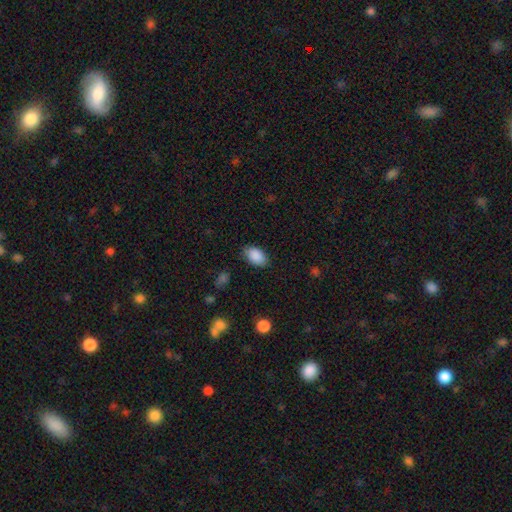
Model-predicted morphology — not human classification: Smooth or featured: smooth — 89% (star or artifact — 7%)
How rounded: in between — 90% (round — 8%)
Merging: none — 81% (minor disturbance — 14%)